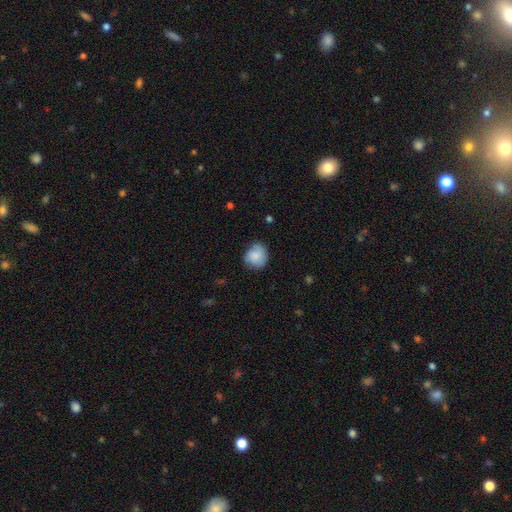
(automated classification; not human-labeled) The model was most divided on "merging": none: 66%, minor disturbance: 27%, major disturbance: 6%, merger: 2%. More confident: smooth or featured — smooth (81%); how rounded — round (76%).